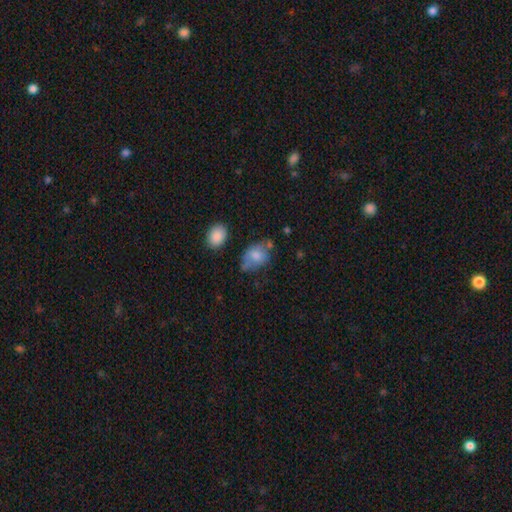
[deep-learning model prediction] Smooth or featured?
  - smooth: 74% *
  - featured or disk: 17%
  - star or artifact: 9%
How rounded?
  - in between: 79% *
  - round: 20%
  - cigar-shaped: 1%
Merging?
  - none: 42% *
  - minor disturbance: 34%
  - major disturbance: 15%
  - merger: 9%